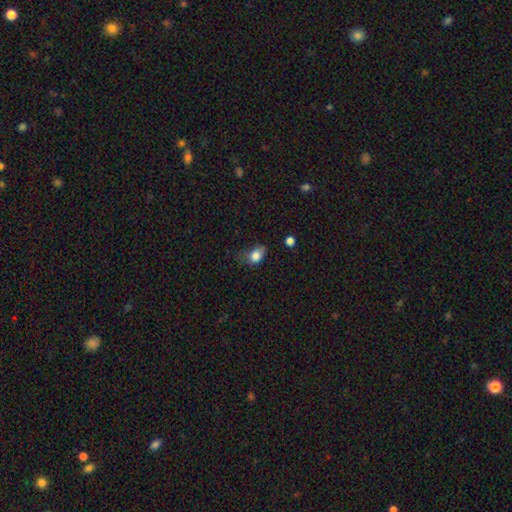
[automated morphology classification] smooth_or_featured: smooth (p=0.81) [alt: featured or disk p=0.09]
how_rounded: in between (p=0.74) [alt: round p=0.24]
merging: minor disturbance (p=0.42) [alt: none p=0.32]